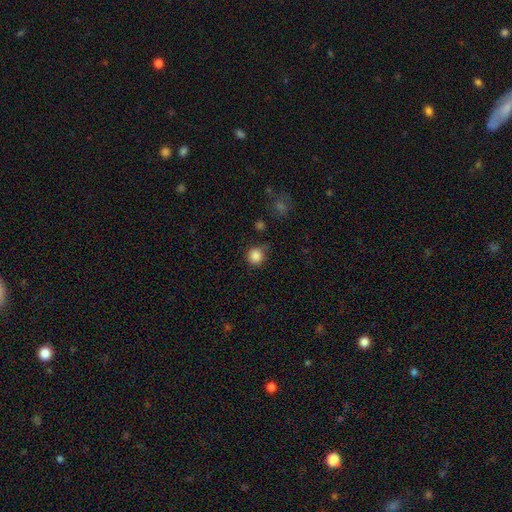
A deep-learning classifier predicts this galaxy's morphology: type=smooth (86%); roundness=round (93%); merging=none (71%).